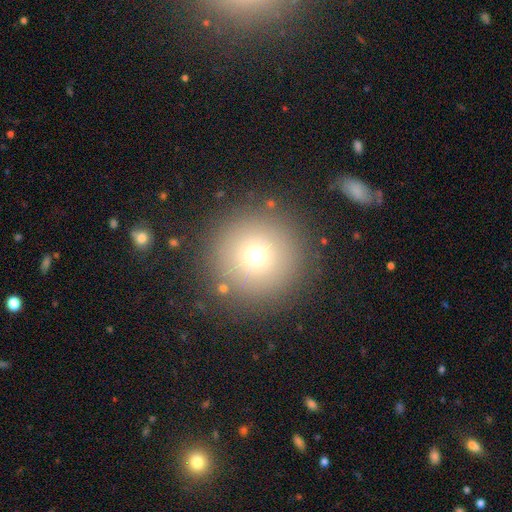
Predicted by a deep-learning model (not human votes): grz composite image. It shows a smooth galaxy with no disk features (70%) that is round (96%). Merging: none (87%).